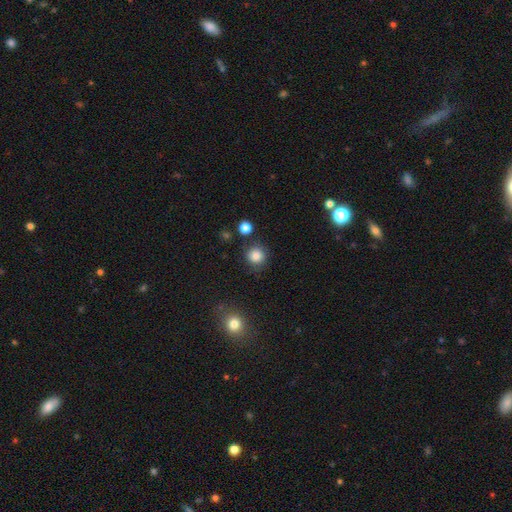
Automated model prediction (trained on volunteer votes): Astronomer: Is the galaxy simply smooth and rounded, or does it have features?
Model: smooth — 84%.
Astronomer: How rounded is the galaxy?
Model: round — 91%.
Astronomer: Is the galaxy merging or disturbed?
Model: none — 81%.